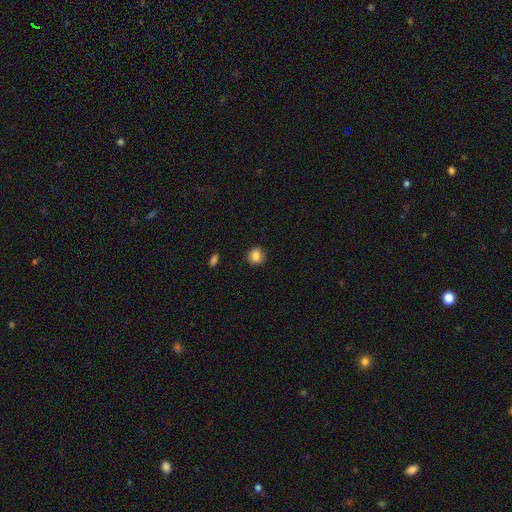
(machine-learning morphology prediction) Smooth or featured?
  - smooth: 85% *
  - star or artifact: 10%
  - featured or disk: 5%
How rounded?
  - round: 78% *
  - in between: 21%
  - cigar-shaped: 1%
Merging?
  - none: 86% *
  - minor disturbance: 10%
  - major disturbance: 2%
  - merger: 1%